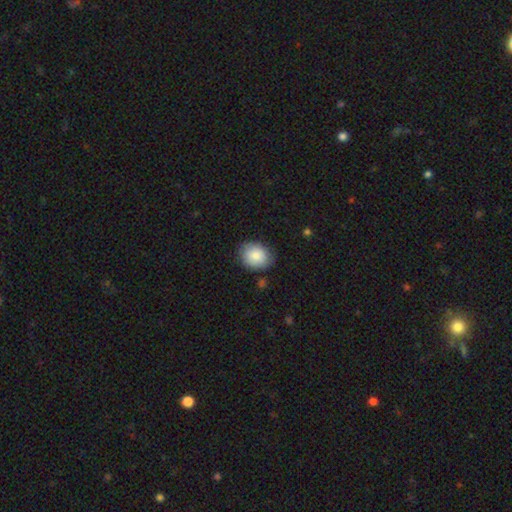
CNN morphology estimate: smooth-or-featured: smooth: 84% | featured or disk: 9% | star or artifact: 7%
  how-rounded: round: 50% | in between: 49% | cigar-shaped: 1%
  merging: none: 79% | minor disturbance: 16% | major disturbance: 3% | merger: 2%